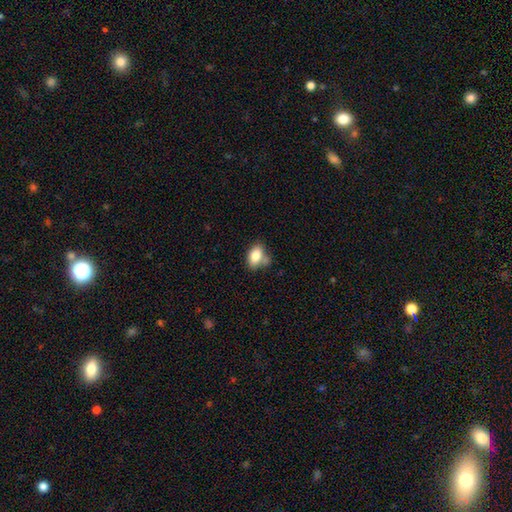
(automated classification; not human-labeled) Smooth or featured?
  - smooth: 82% *
  - featured or disk: 10%
  - star or artifact: 8%
How rounded?
  - in between: 85% *
  - round: 13%
  - cigar-shaped: 2%
Merging?
  - none: 54% *
  - minor disturbance: 22%
  - merger: 17%
  - major disturbance: 6%